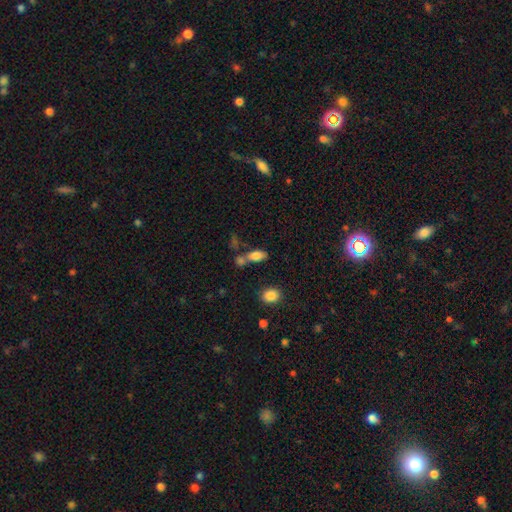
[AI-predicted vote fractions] Smooth or featured?
  - smooth: 81% *
  - featured or disk: 10%
  - star or artifact: 10%
How rounded?
  - in between: 86% *
  - cigar-shaped: 9%
  - round: 5%
Merging?
  - none: 46% *
  - merger: 36%
  - minor disturbance: 12%
  - major disturbance: 6%